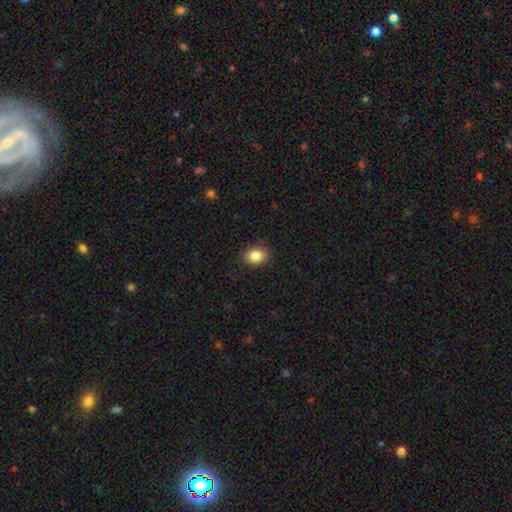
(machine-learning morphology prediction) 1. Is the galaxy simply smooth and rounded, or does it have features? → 85% smooth, 9% star or artifact, 6% featured or disk.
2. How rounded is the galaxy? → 68% in between, 31% round, 1% cigar-shaped.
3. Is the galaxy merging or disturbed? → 88% none, 9% minor disturbance, 2% major disturbance, 1% merger.